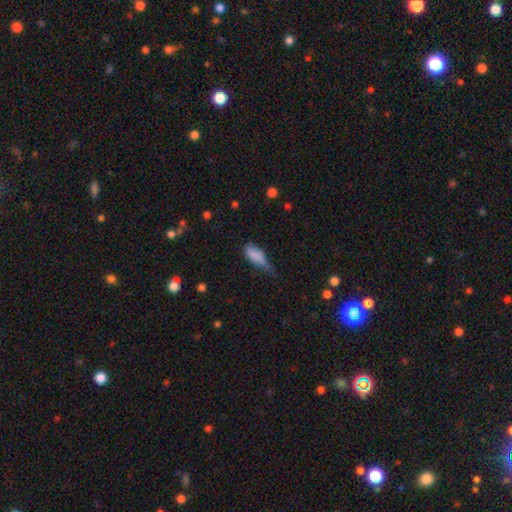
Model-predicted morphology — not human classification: type=smooth (80%); roundness=in between (76%); merging=minor disturbance (50%).